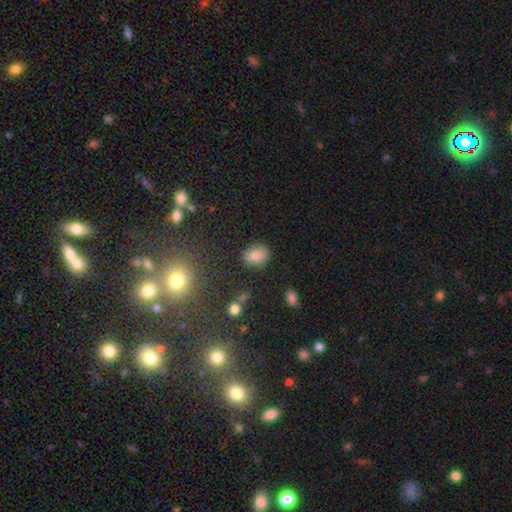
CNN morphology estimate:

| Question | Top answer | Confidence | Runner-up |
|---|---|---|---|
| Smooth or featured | smooth | 83% | star or artifact (11%) |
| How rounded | in between | 67% | round (31%) |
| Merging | none | 83% | minor disturbance (11%) |